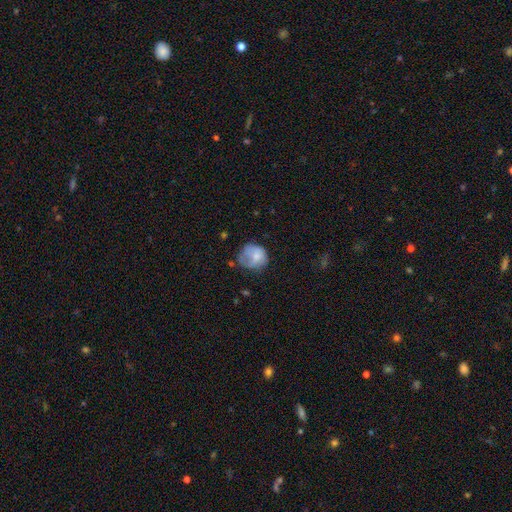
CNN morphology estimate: smooth-or-featured: smooth: 69% | featured or disk: 23% | star or artifact: 8%
  how-rounded: round: 74% | in between: 25% | cigar-shaped: 1%
  merging: none: 42% | minor disturbance: 33% | major disturbance: 21% | merger: 3%